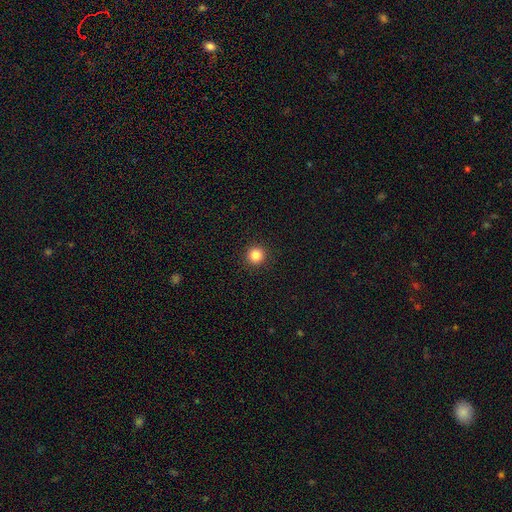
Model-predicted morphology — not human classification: Overall: smooth (84%). How rounded: round (96%). Merging: none (93%).